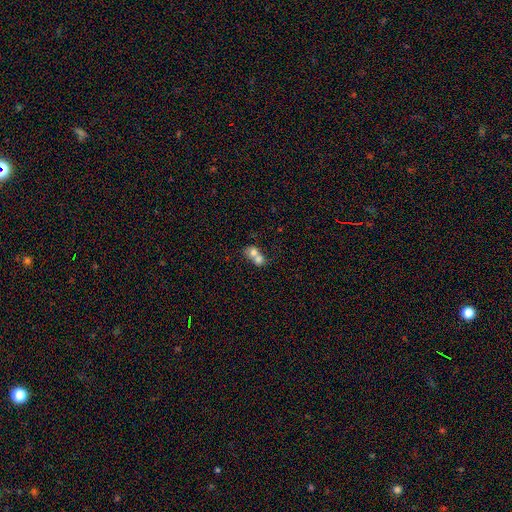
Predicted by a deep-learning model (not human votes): Q: Smooth or featured?
A: smooth (69%); runner-up: featured or disk (21%)
Q: How rounded?
A: round (61%); runner-up: in between (37%)
Q: Merging?
A: merger (76%); runner-up: none (16%)